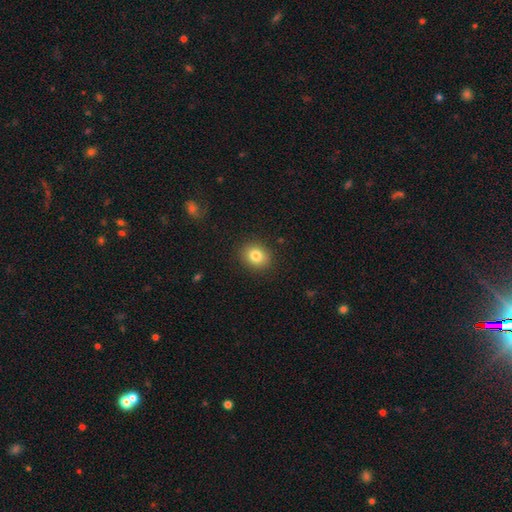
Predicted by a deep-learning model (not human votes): A smooth galaxy with no disk features (82%) that is round (61%). Merging: none (89%).